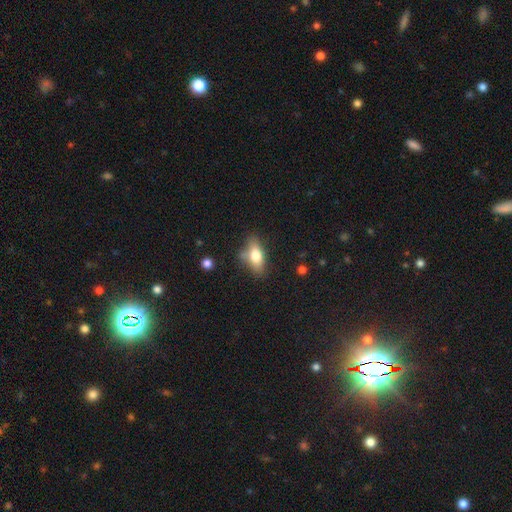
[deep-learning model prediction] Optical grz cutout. It shows a smooth galaxy with no disk features (73%) that is in between round and cigar-shaped (82%). Merging: none (66%).